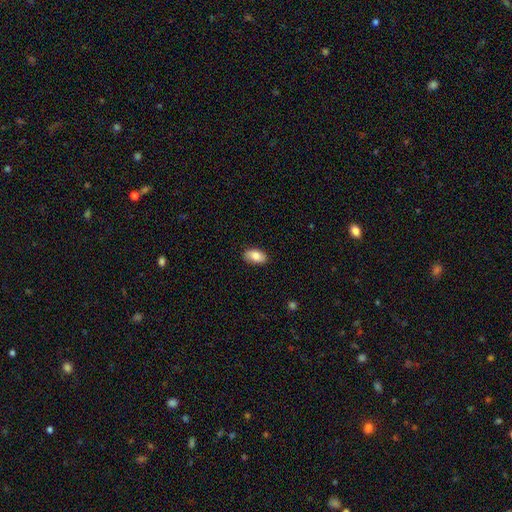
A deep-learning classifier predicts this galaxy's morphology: smooth_or_featured: smooth (p=0.83) [alt: featured or disk p=0.10]
how_rounded: in between (p=0.93) [alt: round p=0.06]
merging: none (p=0.84) [alt: minor disturbance p=0.13]